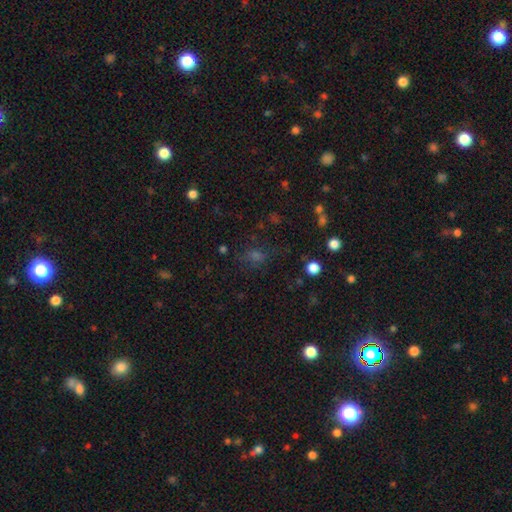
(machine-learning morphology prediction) This is possibly a smooth galaxy (49%). Merging: likely none (71%).